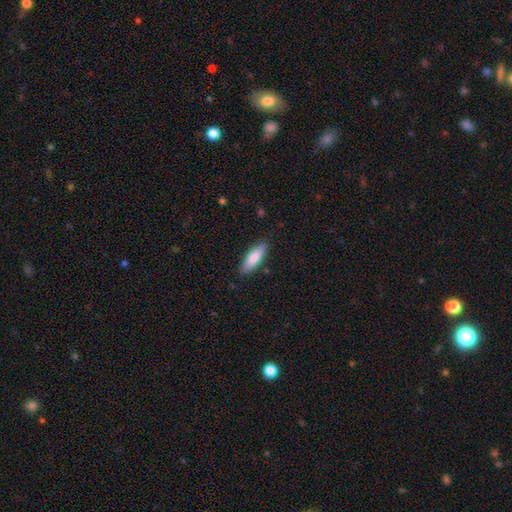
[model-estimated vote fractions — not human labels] A smooth galaxy with no disk features (77%) that is cigar-shaped (50%). Merging: none (86%).